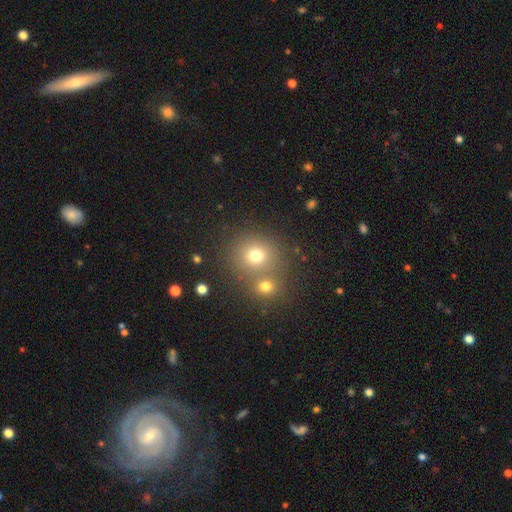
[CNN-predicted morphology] type=smooth (72%); roundness=round (85%); merging=none (58%).